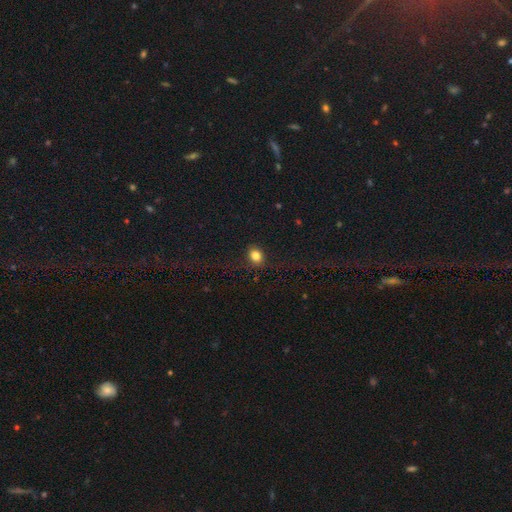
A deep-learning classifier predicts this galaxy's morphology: This is clearly a smooth galaxy (82%). How rounded: likely round (60%). Merging: likely none (80%).